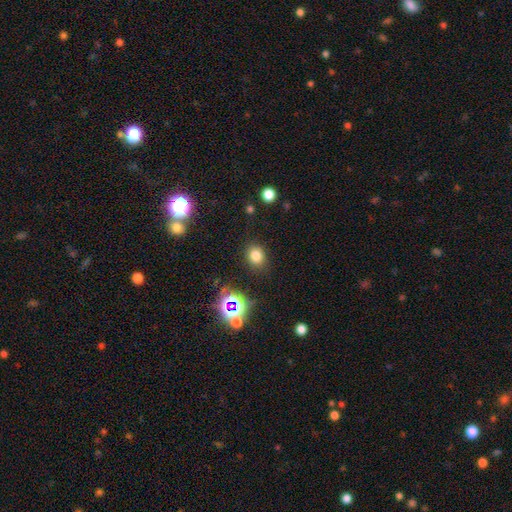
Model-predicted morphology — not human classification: Smooth or featured?
  - smooth: 75% *
  - star or artifact: 18%
  - featured or disk: 6%
How rounded?
  - round: 59% *
  - in between: 40%
  - cigar-shaped: 1%
Merging?
  - none: 84% *
  - minor disturbance: 10%
  - major disturbance: 4%
  - merger: 2%